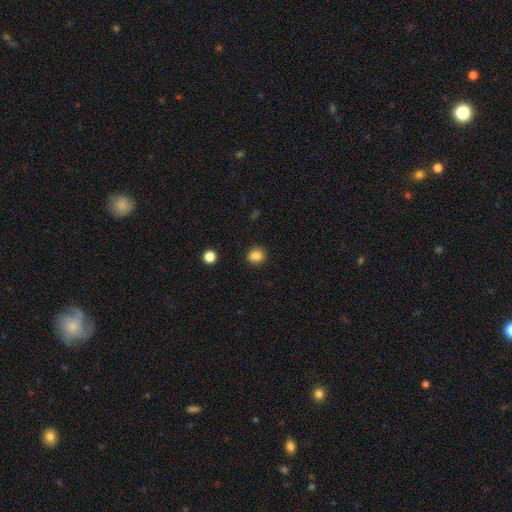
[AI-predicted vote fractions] Smooth or featured: smooth — 85% (star or artifact — 11%)
How rounded: round — 65% (in between — 34%)
Merging: none — 87% (minor disturbance — 9%)